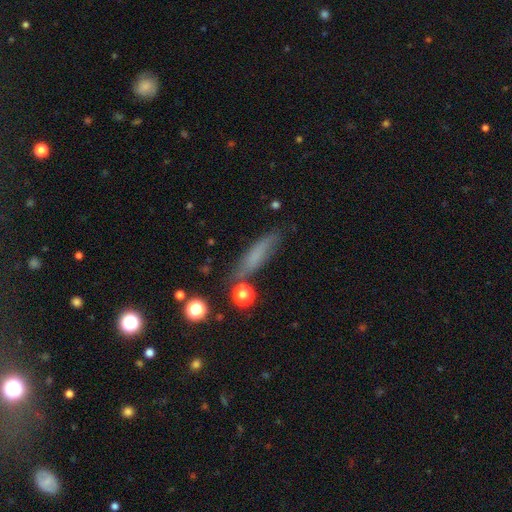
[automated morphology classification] This is likely a smooth galaxy (64%). How rounded: likely cigar-shaped (74%). Merging: likely none (68%).